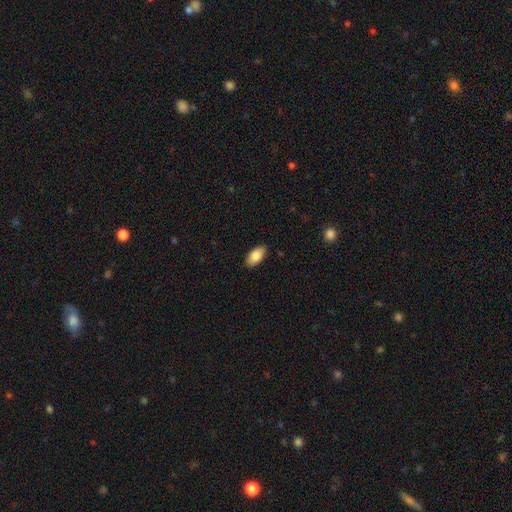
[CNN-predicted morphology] A smooth galaxy with no disk features (85%) that is in between round and cigar-shaped (94%).

Vote fractions:
- Smooth or featured? smooth: 85% / featured or disk: 9% / star or artifact: 7%
- How rounded? in between: 94% / cigar-shaped: 3% / round: 3%
- Merging? none: 87% / minor disturbance: 10% / major disturbance: 2% / merger: 1%